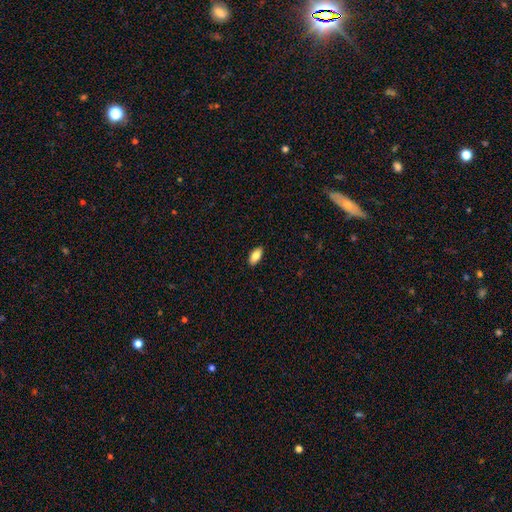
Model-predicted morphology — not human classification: A smooth galaxy with no disk features (83%) that is in between round and cigar-shaped (89%). Merging: none (89%).